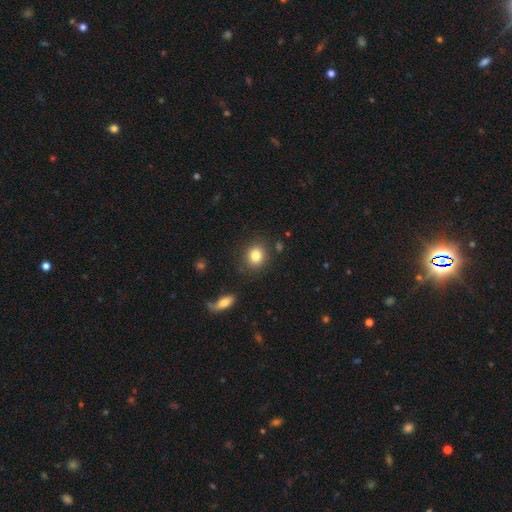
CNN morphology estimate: Smooth or featured? smooth (84%)
How rounded? round (74%)
Merging? none (83%)